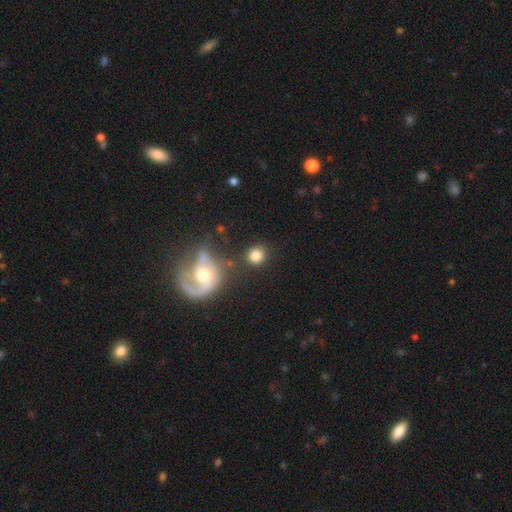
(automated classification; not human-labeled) smooth-or-featured: smooth: 81% | featured or disk: 10% | star or artifact: 9%
  how-rounded: round: 79% | in between: 19% | cigar-shaped: 1%
  merging: none: 75% | minor disturbance: 11% | merger: 9% | major disturbance: 5%